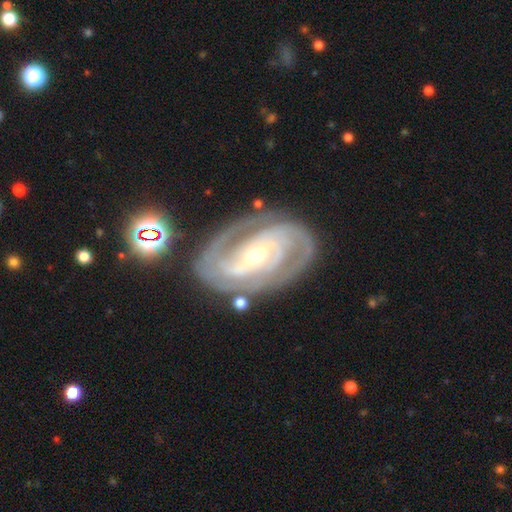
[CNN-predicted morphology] smooth-or-featured: featured or disk: 90% | star or artifact: 5% | smooth: 5%
  disk-edge-on: no: 96% | yes: 4%
    bar: weak: 36% | strong: 32% | no: 31%
    has-spiral-arms: yes: 97% | no: 3%
      spiral-winding: tight: 64% | medium: 31% | loose: 5%
      spiral-arm-count: 2: 57% | 3: 20% | can't tell: 12% | 4: 5% | 1: 3% | more than 4: 3%
    bulge-size: moderate: 50% | small: 46% | large: 3% | none: 1% | dominant: 1%
  merging: none: 77% | minor disturbance: 15% | major disturbance: 5% | merger: 3%